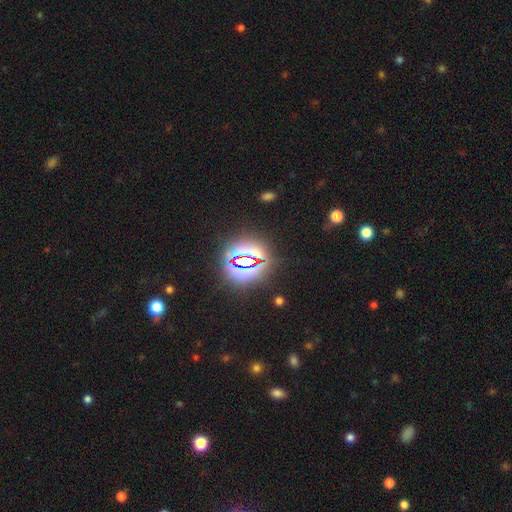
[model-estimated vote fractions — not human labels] Smooth or featured? Predicted: star or artifact (p=0.79).